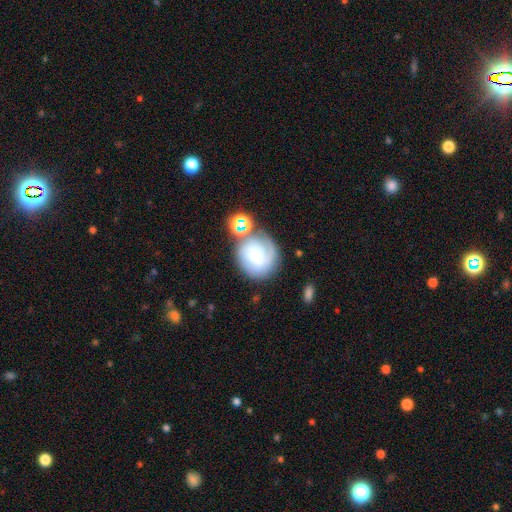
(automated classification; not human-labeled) Smooth or featured? Predicted: featured or disk (p=0.66). Edge-on disk? Predicted: no (p=0.97). Bar? Predicted: no (p=0.67). Spiral arms? Predicted: yes (p=0.88). Spiral winding? Predicted: tight (p=0.58). Spiral arm count? Predicted: 2 (p=0.39). Bulge size? Predicted: small (p=0.49). Merging? Predicted: none (p=0.62).